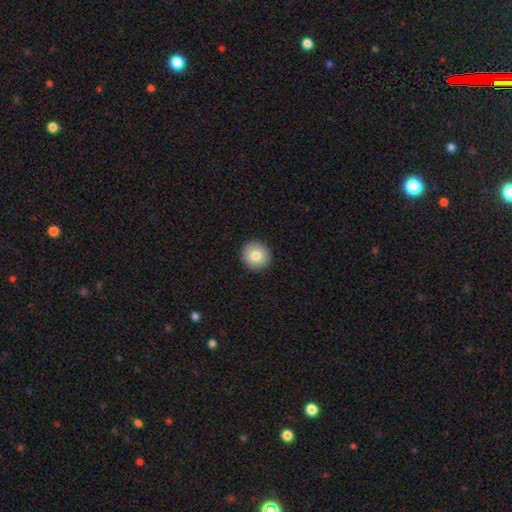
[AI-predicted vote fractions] A smooth galaxy with no disk features (80%) that is round (95%). Merging: none (93%).